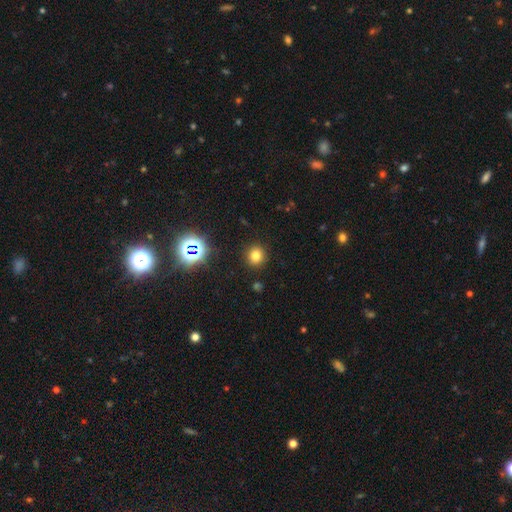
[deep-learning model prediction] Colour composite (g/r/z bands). It shows a smooth galaxy with no disk features (74%) that is round (87%). Merging: none (90%).